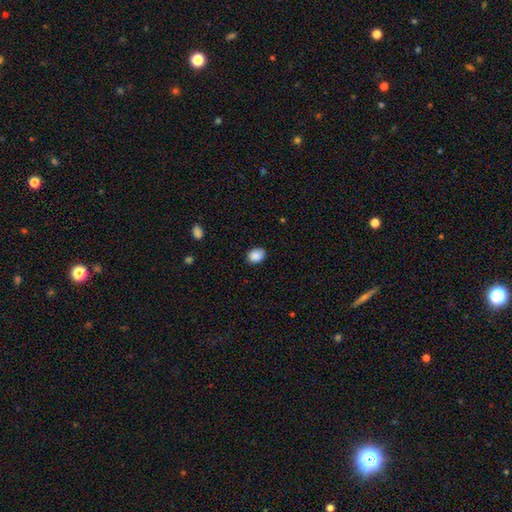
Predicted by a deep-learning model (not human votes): smooth_or_featured: smooth (p=0.89) [alt: star or artifact p=0.08]
how_rounded: in between (p=0.60) [alt: round p=0.39]
merging: none (p=0.86) [alt: minor disturbance p=0.11]